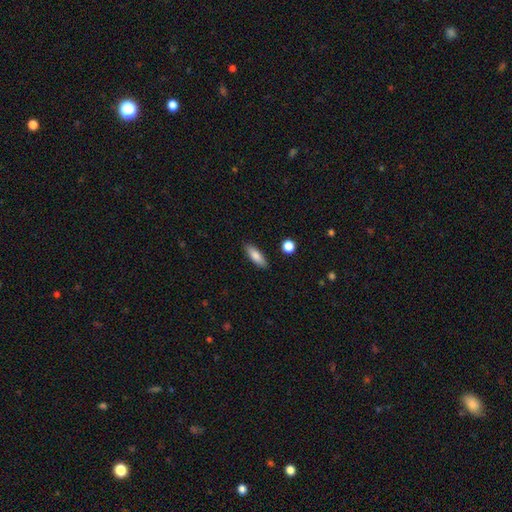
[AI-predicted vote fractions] Overall: smooth (81%). How rounded: in between (55%; cigar-shaped 43%). Merging: none (88%).